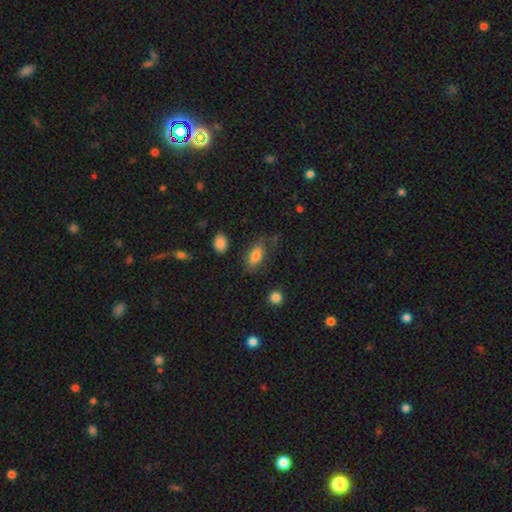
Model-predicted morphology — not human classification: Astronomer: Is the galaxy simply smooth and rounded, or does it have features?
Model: smooth — 78%.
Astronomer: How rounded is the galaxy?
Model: in between — 87%.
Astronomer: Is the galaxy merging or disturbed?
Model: none — 63%.